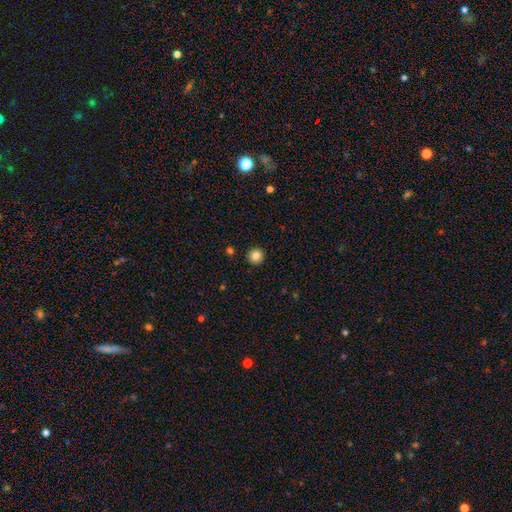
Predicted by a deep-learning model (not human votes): A smooth galaxy with no disk features (84%) that is round (95%).

Vote fractions:
- Smooth or featured? smooth: 84% / star or artifact: 10% / featured or disk: 6%
- How rounded? round: 95% / in between: 4% / cigar-shaped: 1%
- Merging? none: 93% / minor disturbance: 5% / major disturbance: 2% / merger: 1%